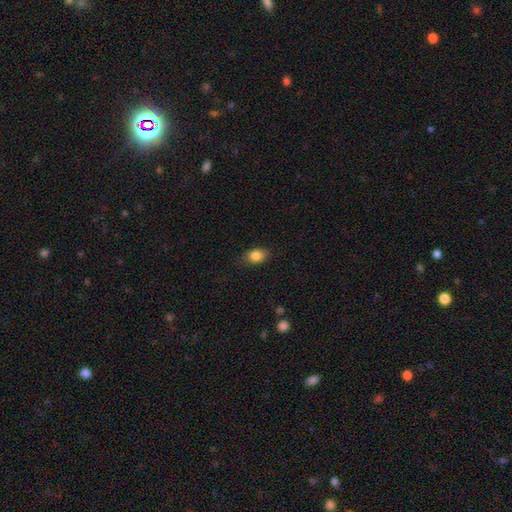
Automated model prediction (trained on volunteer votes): smooth-or-featured: smooth: 84% | star or artifact: 9% | featured or disk: 7%
  how-rounded: in between: 77% | round: 21% | cigar-shaped: 2%
  merging: none: 81% | minor disturbance: 15% | major disturbance: 3% | merger: 1%